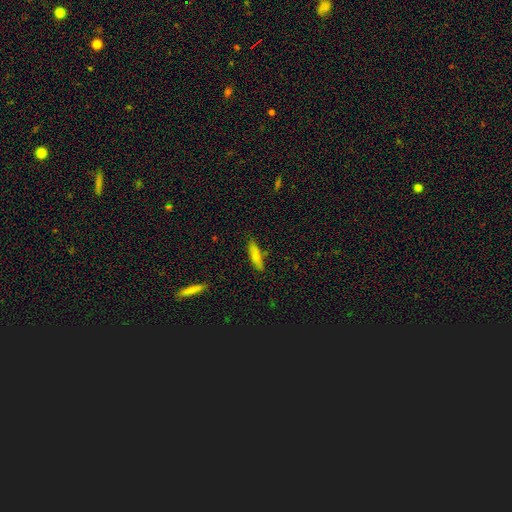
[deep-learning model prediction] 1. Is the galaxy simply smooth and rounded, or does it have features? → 69% smooth, 24% featured or disk, 7% star or artifact.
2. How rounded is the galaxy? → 68% cigar-shaped, 30% in between, 2% round.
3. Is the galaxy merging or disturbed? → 81% none, 14% minor disturbance, 3% merger, 3% major disturbance.